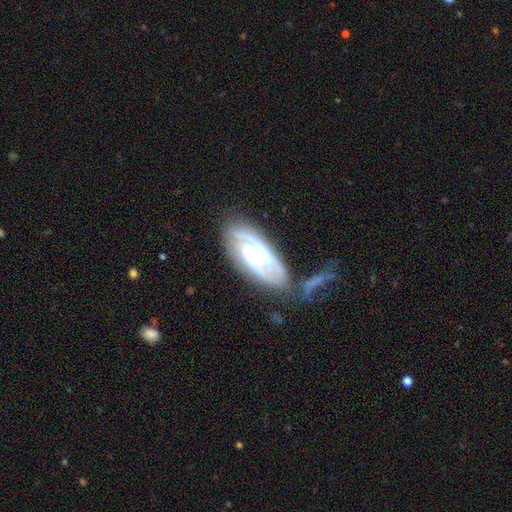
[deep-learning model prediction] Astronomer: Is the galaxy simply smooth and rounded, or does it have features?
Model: featured or disk — 81%.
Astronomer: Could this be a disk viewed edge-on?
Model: no — 92%.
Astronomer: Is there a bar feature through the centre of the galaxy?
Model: no — 44% (runner-up: weak, 38%).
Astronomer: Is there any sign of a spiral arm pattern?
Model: yes — 93%.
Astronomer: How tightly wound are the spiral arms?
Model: tight — 52% (runner-up: medium, 37%).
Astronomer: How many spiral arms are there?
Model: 2 — 43% (runner-up: can't tell, 25%).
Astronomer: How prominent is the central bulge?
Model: small — 44% (runner-up: moderate, 37%).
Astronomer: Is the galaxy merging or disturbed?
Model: none — 55%.